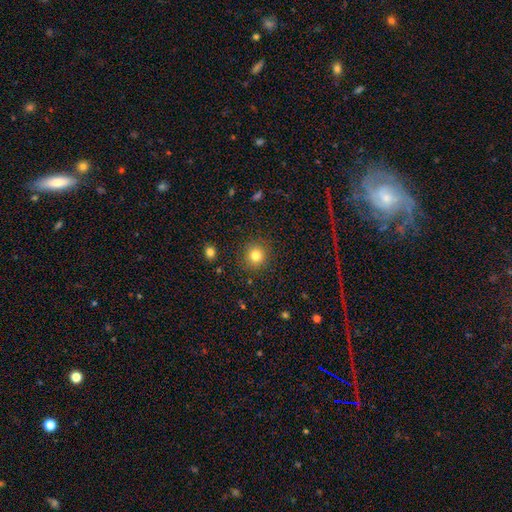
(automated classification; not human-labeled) The model was most divided on "smooth or featured": smooth: 81%, star or artifact: 12%, featured or disk: 7%. More confident: how rounded — round (89%); merging — none (89%).